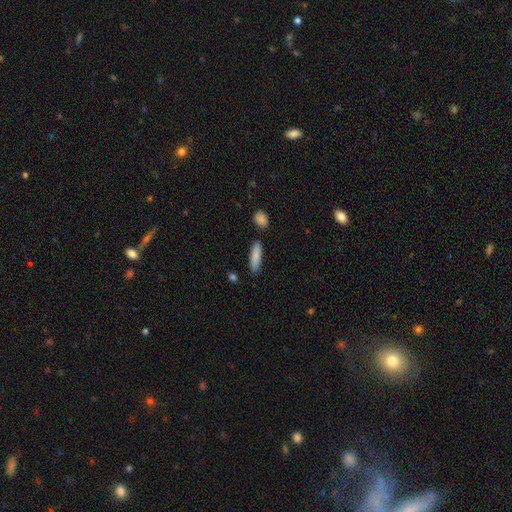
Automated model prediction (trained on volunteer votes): Overall: smooth (86%). How rounded: cigar-shaped (62%; in between 36%). Merging: none (83%).